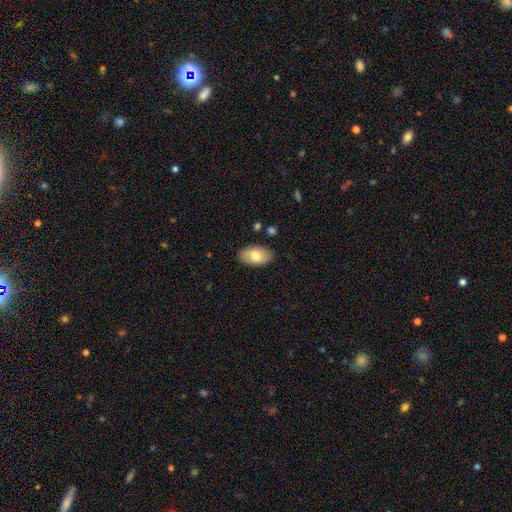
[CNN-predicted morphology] smooth_or_featured: smooth (p=0.75) [alt: featured or disk p=0.18]
how_rounded: in between (p=0.94) [alt: round p=0.04]
merging: none (p=0.86) [alt: minor disturbance p=0.11]